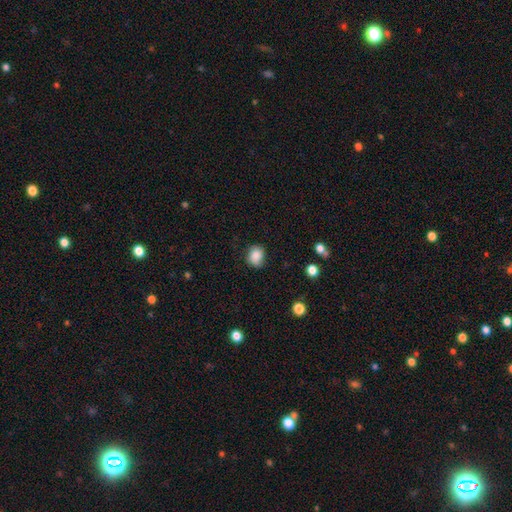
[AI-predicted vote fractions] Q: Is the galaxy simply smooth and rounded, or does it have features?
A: smooth — 86%.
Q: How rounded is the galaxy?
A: round — 58%.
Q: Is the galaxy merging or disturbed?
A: none — 74%.